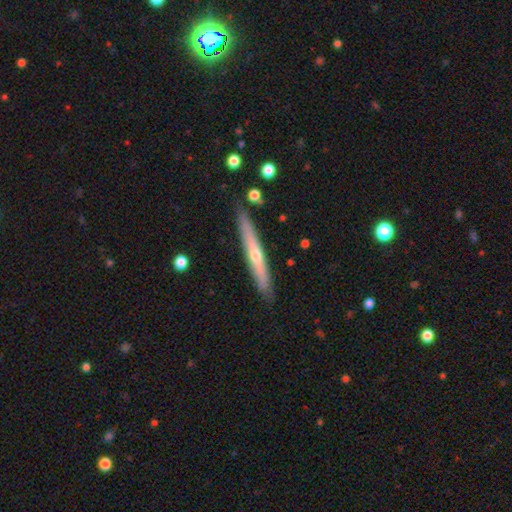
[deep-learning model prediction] This appears to be a featured or disk galaxy (57%) viewed edge-on (93%) with a rounded central bulge (73%). Merging: none (87%).